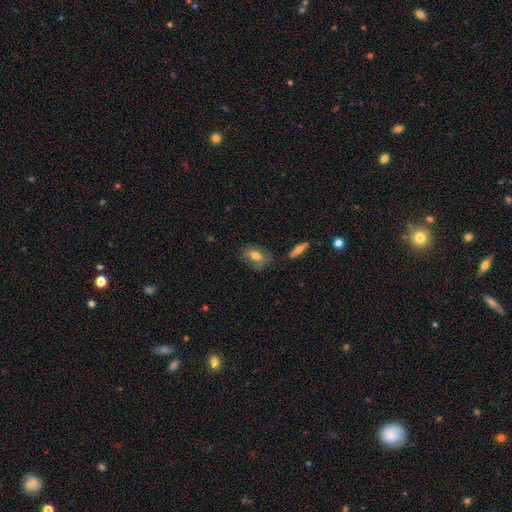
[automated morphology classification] type=smooth (61%); roundness=in between (82%); merging=none (68%).